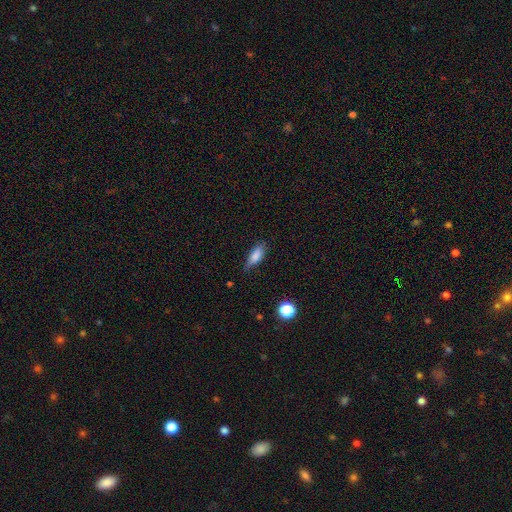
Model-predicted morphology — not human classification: A smooth galaxy with no disk features (79%) that is in between round and cigar-shaped (65%). Merging: none (63%).